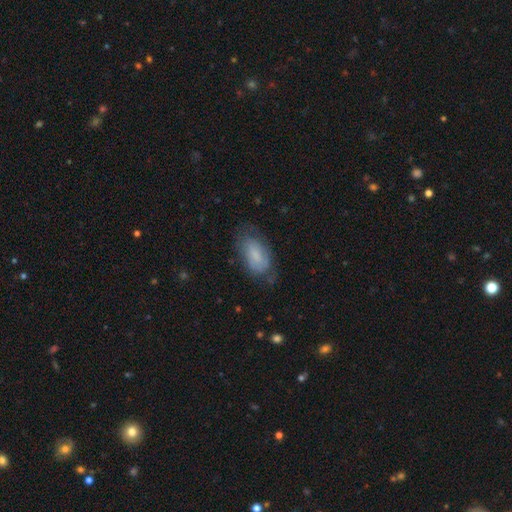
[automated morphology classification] smooth-or-featured: smooth: 73% | featured or disk: 20% | star or artifact: 8%
  how-rounded: in between: 91% | cigar-shaped: 5% | round: 3%
  merging: none: 60% | minor disturbance: 27% | major disturbance: 11% | merger: 2%